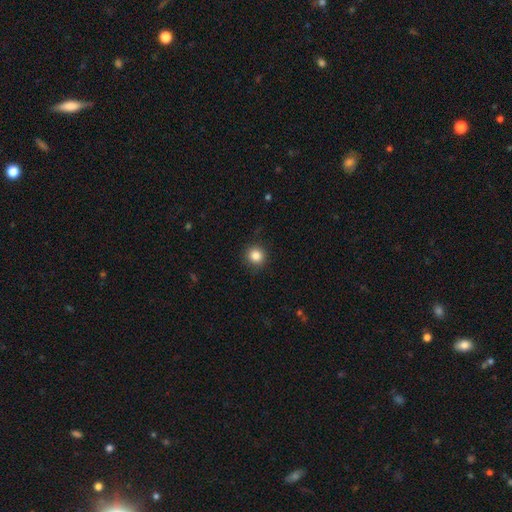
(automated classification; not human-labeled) A smooth galaxy with no disk features (85%) that is round (92%). Merging: none (89%).